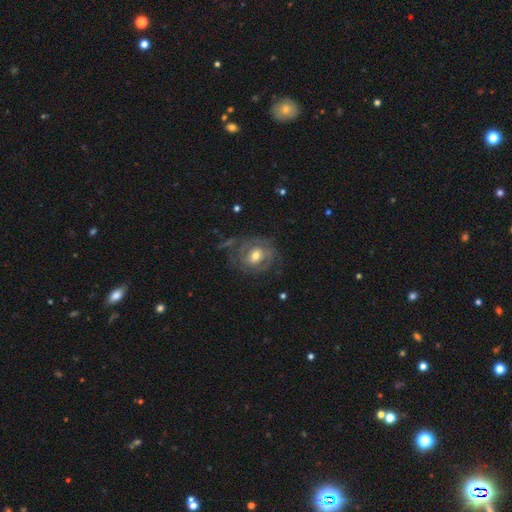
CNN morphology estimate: Q: Smooth or featured?
A: featured or disk (70%); runner-up: smooth (23%)
Q: Edge-on disk?
A: no (96%); runner-up: yes (4%)
Q: Bar?
A: no (47%); runner-up: weak (40%)
Q: Spiral arms?
A: yes (75%); runner-up: no (25%)
Q: Spiral winding?
A: tight (56%); runner-up: medium (31%)
Q: Spiral arm count?
A: can't tell (43%); runner-up: 2 (31%)
Q: Bulge size?
A: moderate (70%); runner-up: small (21%)
Q: Merging?
A: none (60%); runner-up: minor disturbance (21%)